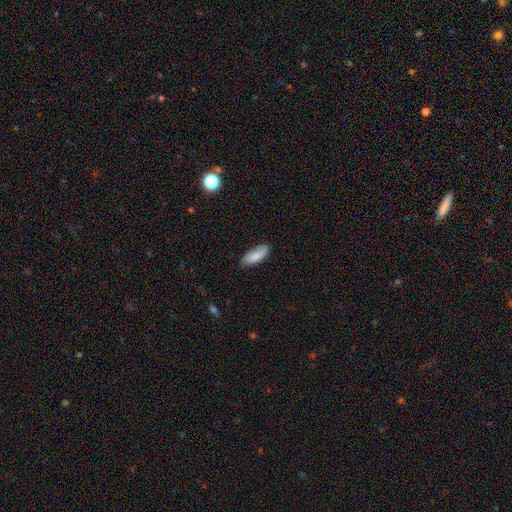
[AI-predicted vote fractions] Q: Smooth or featured?
A: smooth (80%); runner-up: featured or disk (13%)
Q: How rounded?
A: in between (81%); runner-up: cigar-shaped (17%)
Q: Merging?
A: none (75%); runner-up: minor disturbance (20%)